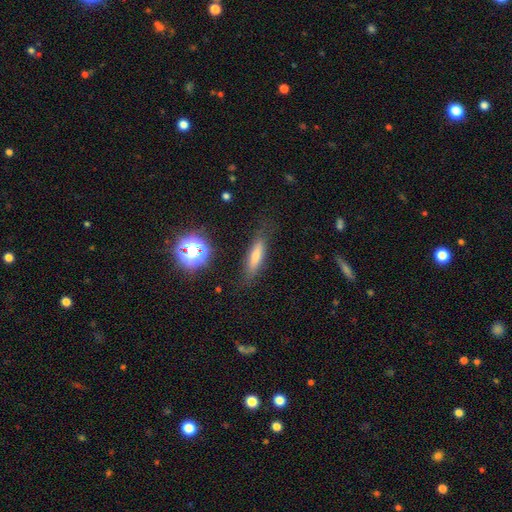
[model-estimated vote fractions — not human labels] Smooth or featured? Predicted: smooth (p=0.54). How rounded? Predicted: cigar-shaped (p=0.74). Merging? Predicted: none (p=0.79).